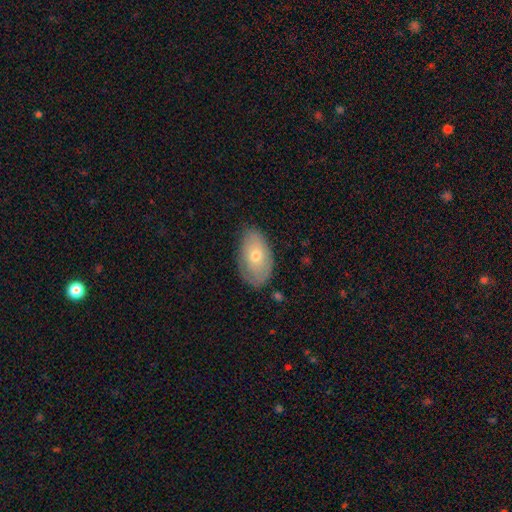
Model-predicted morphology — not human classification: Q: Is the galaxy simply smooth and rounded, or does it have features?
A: smooth — 63%.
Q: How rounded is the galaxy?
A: in between — 93%.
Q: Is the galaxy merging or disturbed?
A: none — 76%.